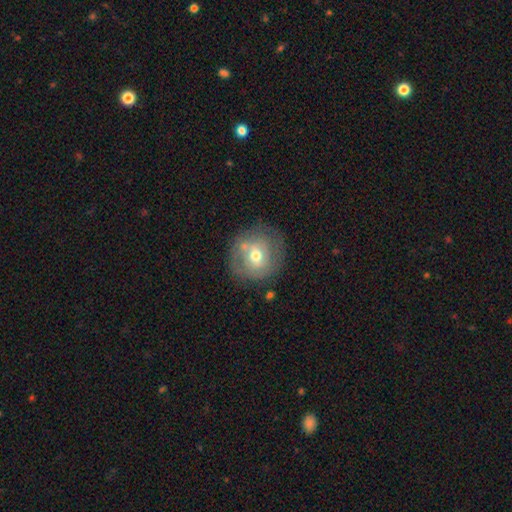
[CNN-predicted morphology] Smooth or featured? Predicted: smooth (p=0.48). Merging? Predicted: none (p=0.68).